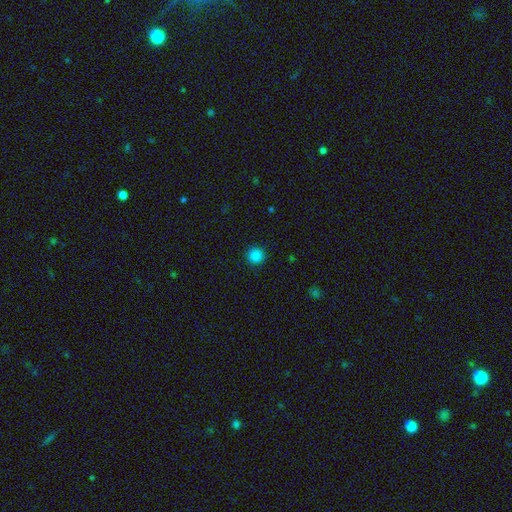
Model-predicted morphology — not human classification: The model was most divided on "smooth or featured": smooth: 85%, star or artifact: 12%, featured or disk: 3%. More confident: how rounded — round (95%); merging — none (93%).